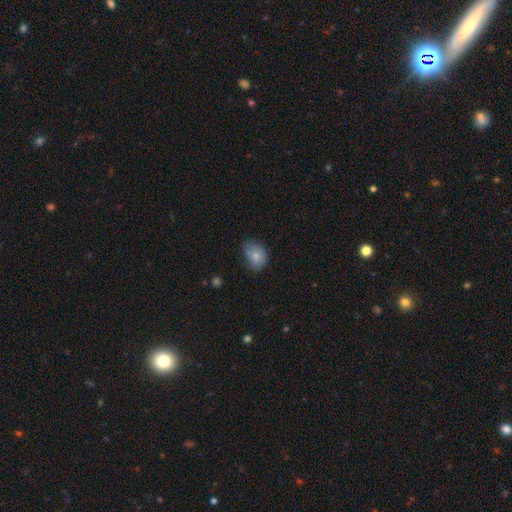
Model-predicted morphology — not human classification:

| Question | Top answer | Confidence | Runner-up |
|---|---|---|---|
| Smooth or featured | smooth | 76% | featured or disk (15%) |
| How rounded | in between | 64% | round (35%) |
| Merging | none | 55% | minor disturbance (35%) |